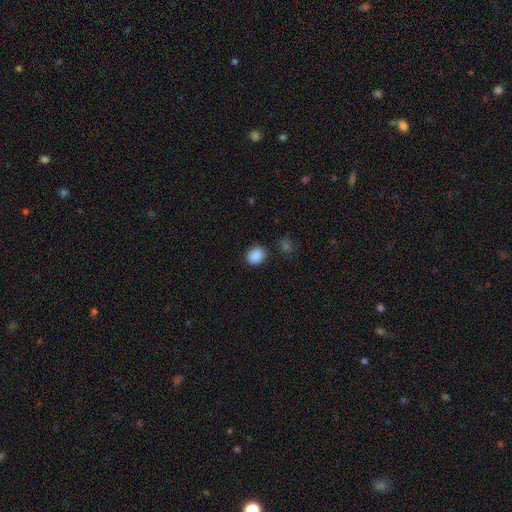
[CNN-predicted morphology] The model was most divided on "how rounded": round: 56%, in between: 43%, cigar-shaped: 1%. More confident: smooth or featured — smooth (88%); merging — none (84%).